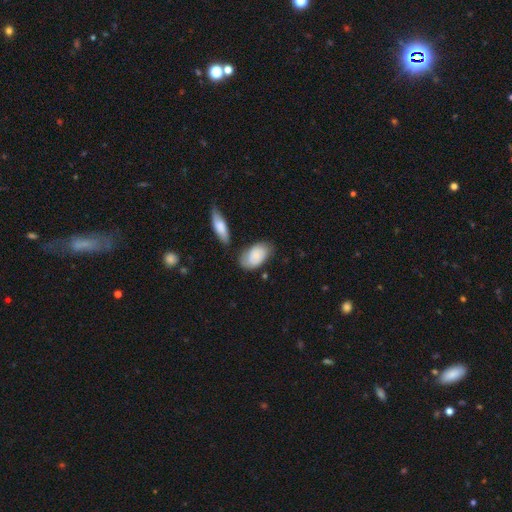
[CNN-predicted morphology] This appears to be a smooth galaxy with no disk features (72%) that is in between round and cigar-shaped (93%). Merging: none (61%).